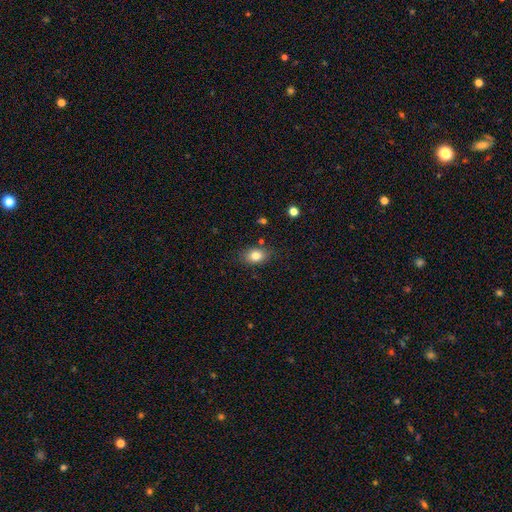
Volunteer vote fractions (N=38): Overall: smooth (84%). How rounded: in between (72%). Merging: none (97%).